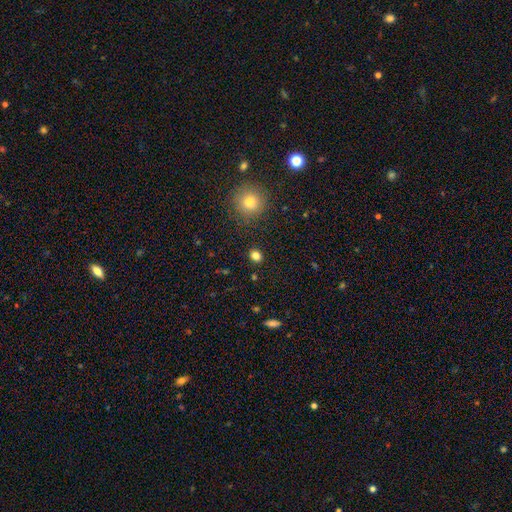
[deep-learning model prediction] Smooth or featured?
  - smooth: 81% *
  - star or artifact: 14%
  - featured or disk: 5%
How rounded?
  - round: 72% *
  - in between: 27%
  - cigar-shaped: 1%
Merging?
  - none: 89% *
  - minor disturbance: 7%
  - major disturbance: 3%
  - merger: 2%